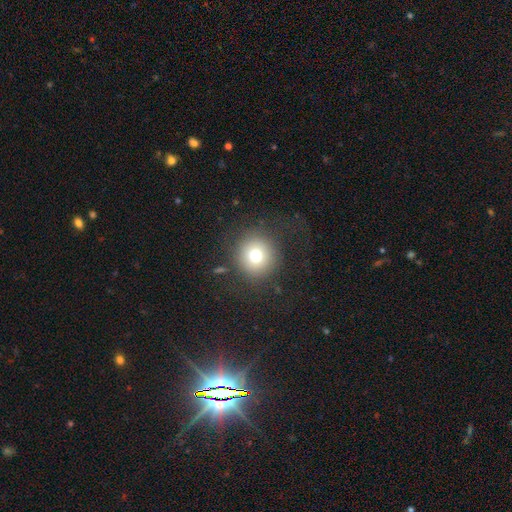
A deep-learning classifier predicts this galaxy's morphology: smooth 73%, star or artifact 14%, featured or disk 13%. Down the decision tree: how rounded — round (93%); merging — none (85%).